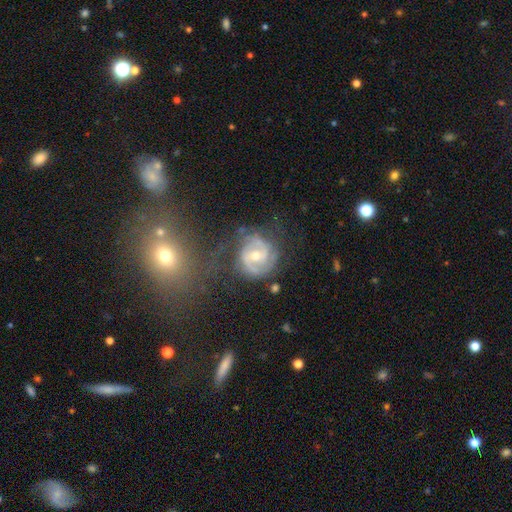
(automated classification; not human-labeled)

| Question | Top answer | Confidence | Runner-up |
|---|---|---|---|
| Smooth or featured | featured or disk | 85% | smooth (9%) |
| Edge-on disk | no | 98% | yes (2%) |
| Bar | weak | 46% | no (40%) |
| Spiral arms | yes | 95% | no (5%) |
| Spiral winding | tight | 48% | medium (42%) |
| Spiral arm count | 2 | 72% | can't tell (12%) |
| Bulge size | moderate | 60% | small (35%) |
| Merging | none | 64% | minor disturbance (21%) |